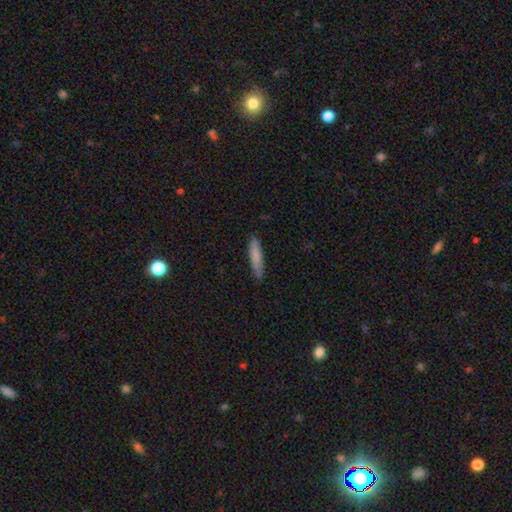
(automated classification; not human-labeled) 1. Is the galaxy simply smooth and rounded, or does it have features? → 80% smooth, 14% featured or disk, 6% star or artifact.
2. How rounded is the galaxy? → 86% cigar-shaped, 13% in between, 1% round.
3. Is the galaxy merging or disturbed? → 85% none, 12% minor disturbance, 2% major disturbance, 1% merger.